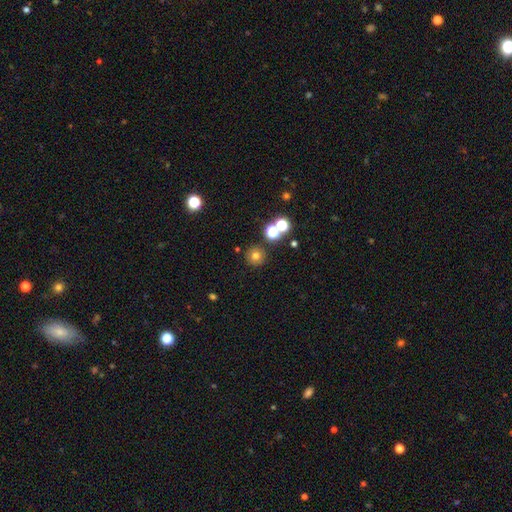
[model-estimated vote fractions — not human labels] Overall: smooth (71%). How rounded: round (95%). Merging: none (85%).